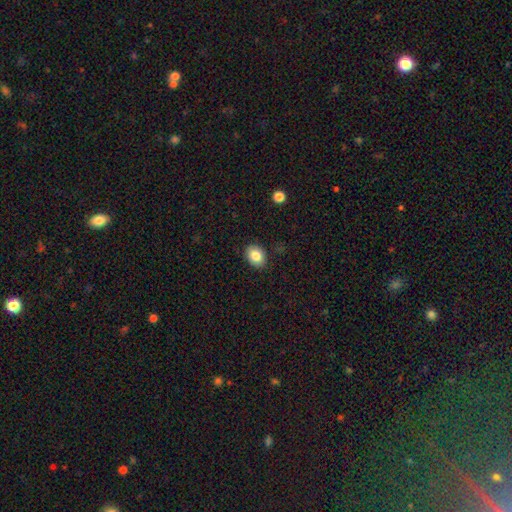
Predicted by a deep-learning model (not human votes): smooth 83%, star or artifact 9%, featured or disk 8%. Down the decision tree: how rounded — in between (65%); merging — none (88%).